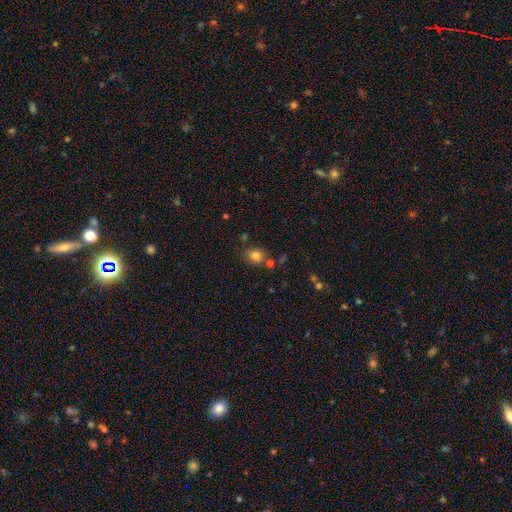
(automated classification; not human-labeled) Q: Smooth or featured?
A: smooth (79%); runner-up: star or artifact (13%)
Q: How rounded?
A: round (61%); runner-up: in between (38%)
Q: Merging?
A: none (71%); runner-up: minor disturbance (13%)